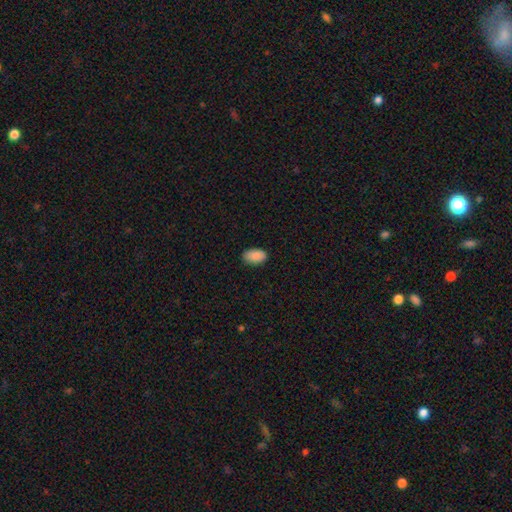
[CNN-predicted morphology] Overall: smooth (89%). How rounded: in between (92%). Merging: none (83%).